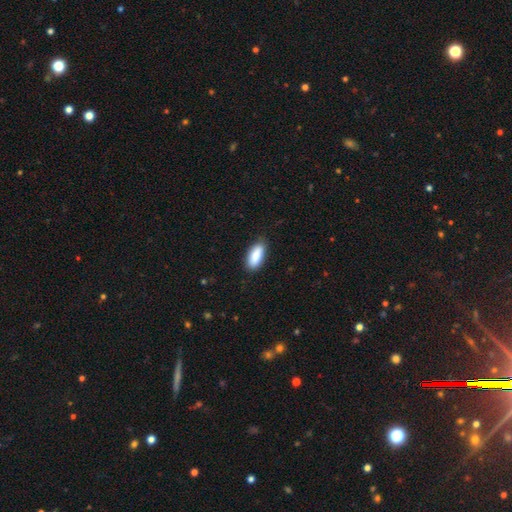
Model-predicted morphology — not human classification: Overall: smooth (88%). How rounded: in between (82%). Merging: none (83%).